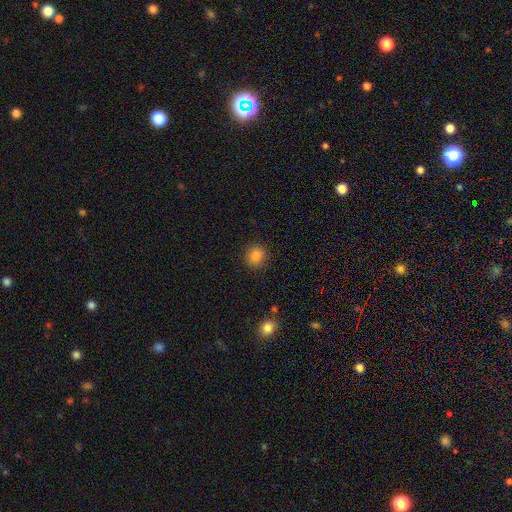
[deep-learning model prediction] This is clearly a smooth galaxy (85%). How rounded: clearly round (88%). Merging: clearly none (88%).